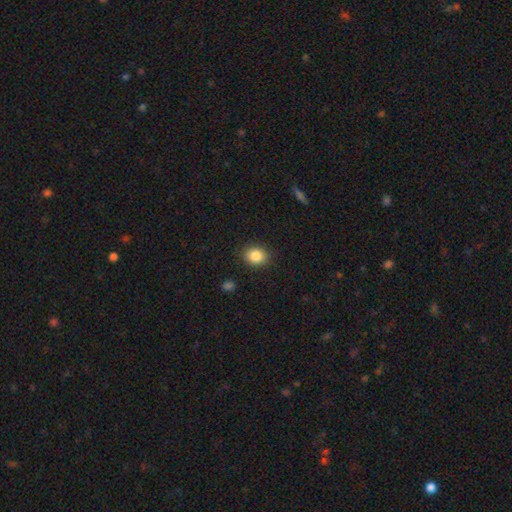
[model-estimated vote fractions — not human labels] Smooth or featured?
  - smooth: 85% *
  - star or artifact: 9%
  - featured or disk: 6%
How rounded?
  - round: 50% *
  - in between: 49%
  - cigar-shaped: 1%
Merging?
  - none: 88% *
  - minor disturbance: 9%
  - major disturbance: 2%
  - merger: 1%